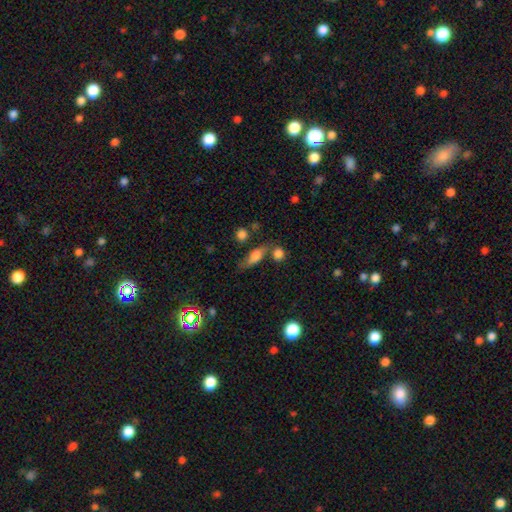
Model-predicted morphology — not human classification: type=smooth (65%); roundness=in between (54%); merging=none (59%).